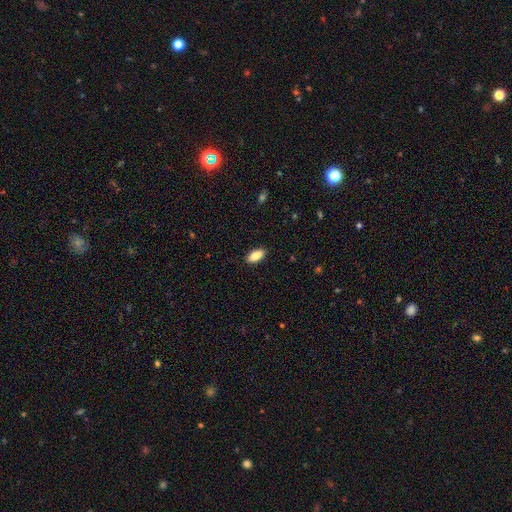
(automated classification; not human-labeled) smooth_or_featured: smooth (p=0.88) [alt: star or artifact p=0.07]
how_rounded: in between (p=0.92) [alt: cigar-shaped p=0.06]
merging: none (p=0.90) [alt: minor disturbance p=0.08]